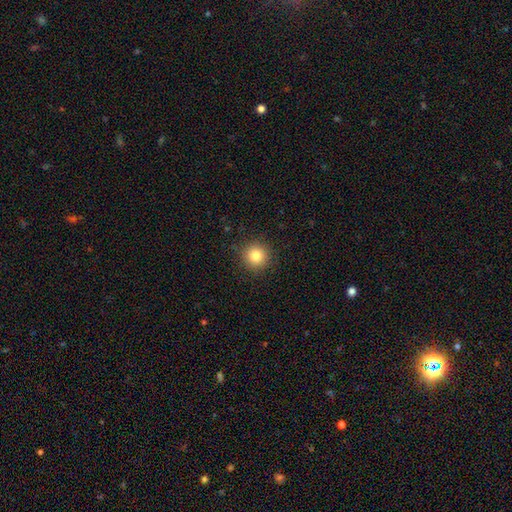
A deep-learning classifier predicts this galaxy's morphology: The model was most divided on "smooth or featured": smooth: 83%, star or artifact: 11%, featured or disk: 6%. More confident: how rounded — round (94%); merging — none (91%).